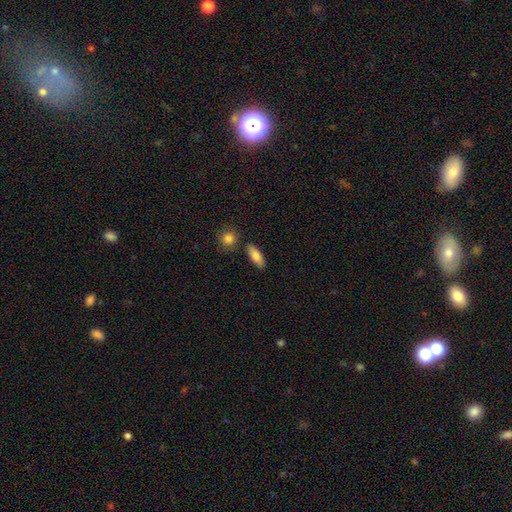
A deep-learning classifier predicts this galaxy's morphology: A smooth galaxy with no disk features (81%) that is in between round and cigar-shaped (70%).

Vote fractions:
- Smooth or featured? smooth: 81% / featured or disk: 13% / star or artifact: 6%
- How rounded? in between: 70% / cigar-shaped: 27% / round: 3%
- Merging? none: 79% / minor disturbance: 11% / merger: 7% / major disturbance: 3%